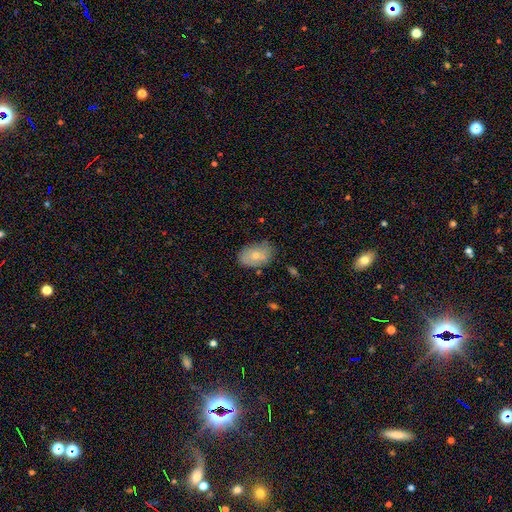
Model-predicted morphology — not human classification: smooth 70%, featured or disk 22%, star or artifact 8%. Down the decision tree: how rounded — in between (86%); merging — none (66%).